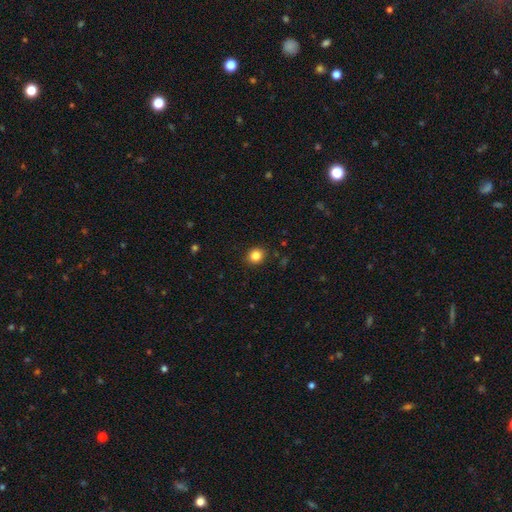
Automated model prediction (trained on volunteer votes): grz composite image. It shows a smooth galaxy with no disk features (84%) that is round (79%). Merging: none (90%).